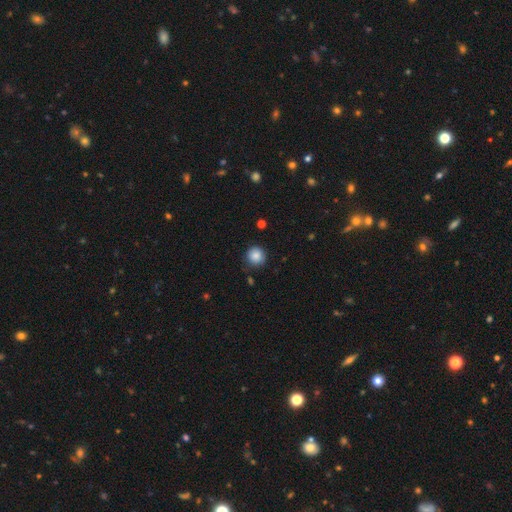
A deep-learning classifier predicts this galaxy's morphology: Smooth or featured? Predicted: smooth (p=0.86). How rounded? Predicted: round (p=0.92). Merging? Predicted: none (p=0.83).